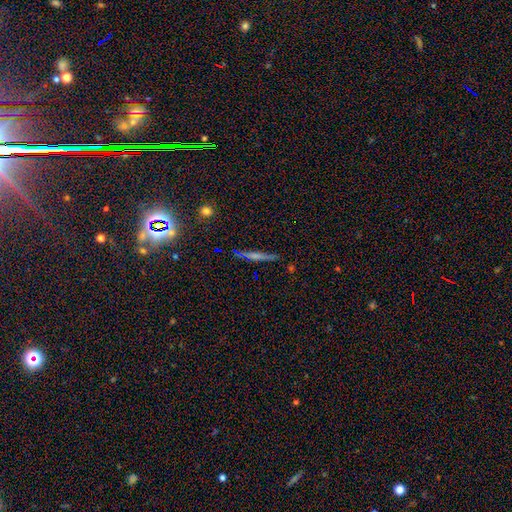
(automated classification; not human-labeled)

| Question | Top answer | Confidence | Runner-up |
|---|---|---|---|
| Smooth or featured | featured or disk | 52% | smooth (28%) |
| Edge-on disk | yes | 94% | no (6%) |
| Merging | none | 83% | minor disturbance (11%) |